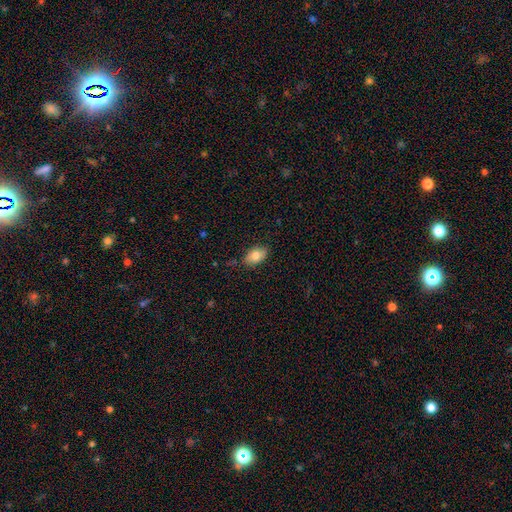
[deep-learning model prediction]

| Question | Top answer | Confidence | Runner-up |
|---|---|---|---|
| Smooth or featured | smooth | 80% | featured or disk (13%) |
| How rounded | in between | 89% | round (10%) |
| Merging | none | 81% | minor disturbance (15%) |